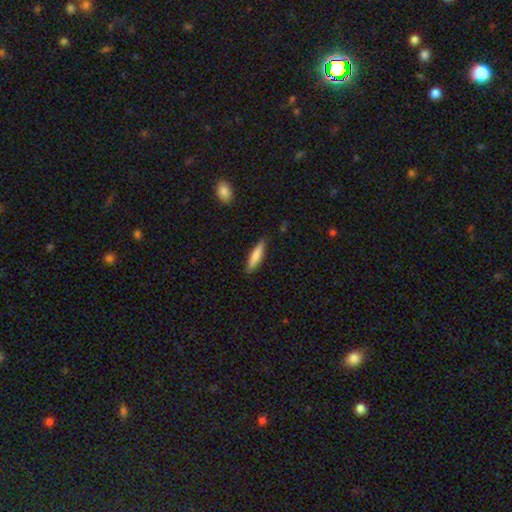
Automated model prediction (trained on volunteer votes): The model was most divided on "how rounded": cigar-shaped: 80%, in between: 18%, round: 1%. More confident: merging — none (86%); smooth or featured — smooth (79%).